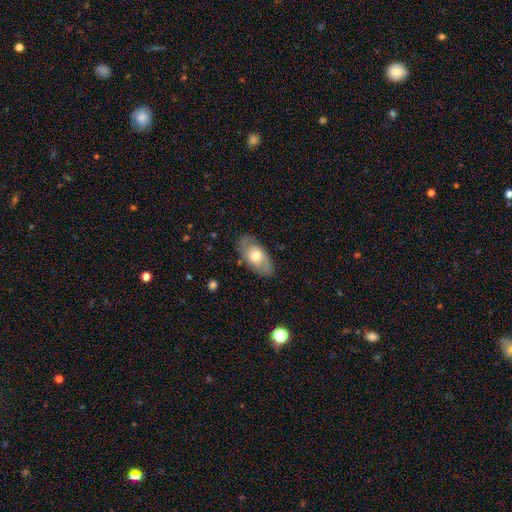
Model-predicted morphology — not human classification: A smooth galaxy with no disk features (49%).

Vote fractions:
- Smooth or featured? smooth: 49% / featured or disk: 45% / star or artifact: 6%
- Merging? none: 78% / minor disturbance: 16% / major disturbance: 4% / merger: 1%